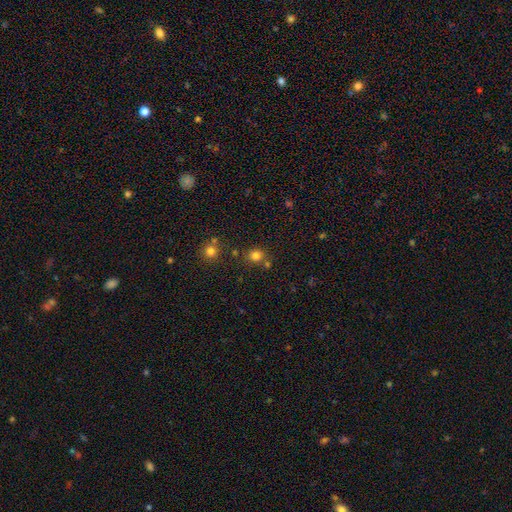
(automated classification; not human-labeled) Smooth or featured? Predicted: smooth (p=0.80). How rounded? Predicted: round (p=0.81). Merging? Predicted: none (p=0.76).